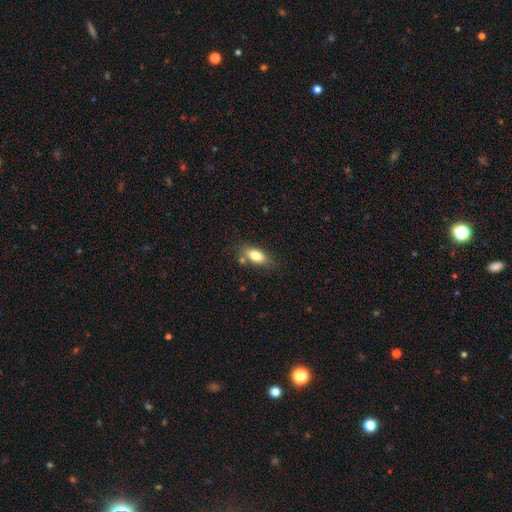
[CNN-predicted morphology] Smooth or featured: smooth — 78% (featured or disk — 14%)
How rounded: in between — 82% (cigar-shaped — 15%)
Merging: none — 73% (minor disturbance — 15%)